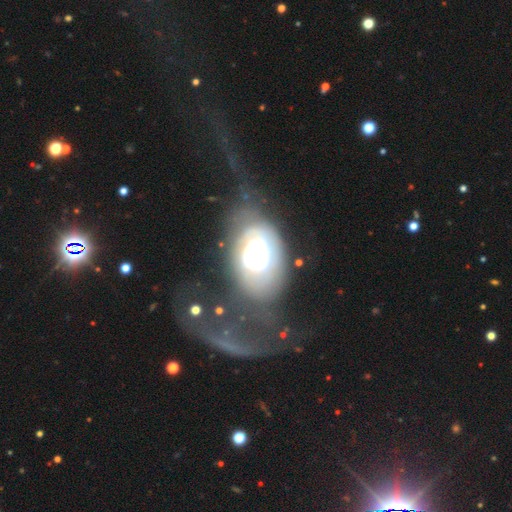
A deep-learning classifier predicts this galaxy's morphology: This is likely a featured or disk galaxy (69%). It is clearly not viewed edge-on (97%). Bar: likely no (79%). Spiral arm pattern: likely yes (68%). Central bulge: possibly large (48%). Merging: marginally none (39%).